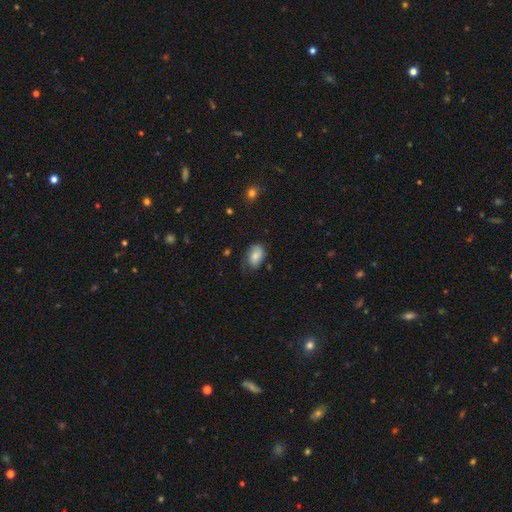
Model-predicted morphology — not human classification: This appears to be a smooth galaxy with no disk features (74%) that is in between round and cigar-shaped (88%). Merging: none (58%).